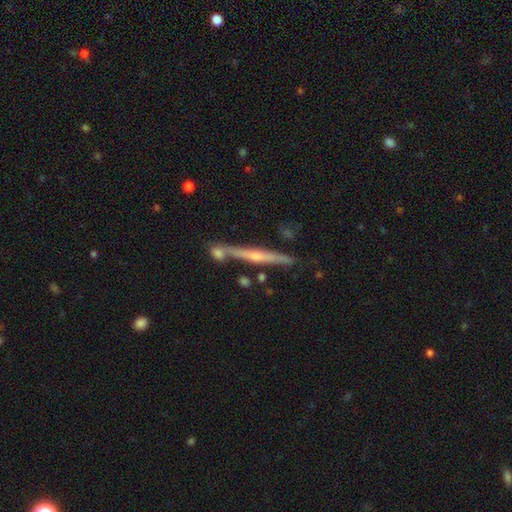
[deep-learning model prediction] Morphology: type=featured or disk (67%); edge-on=yes (97%); edge-on bulge=rounded (59%); merging=none (74%).